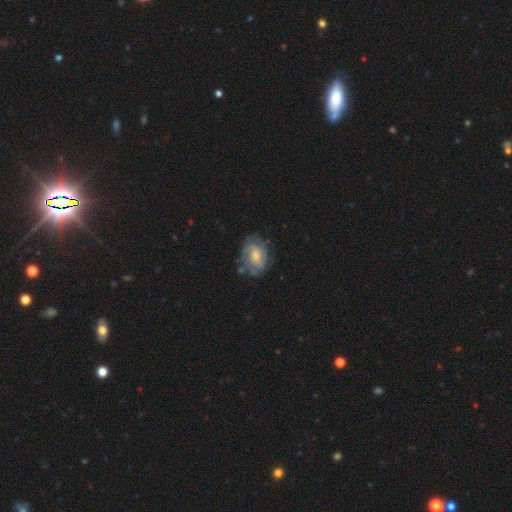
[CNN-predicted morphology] The model was most divided on "spiral arm count": 2: 41%, can't tell: 37%, 3: 11%, 1: 5%, 4: 4%, more than 4: 3%. Remaining: edge-on disk — no (97%); spiral arms — yes (83%); merging — none (65%); smooth or featured — featured or disk (64%); bar — no (54%); spiral winding — tight (46%); bulge size — moderate (45%).